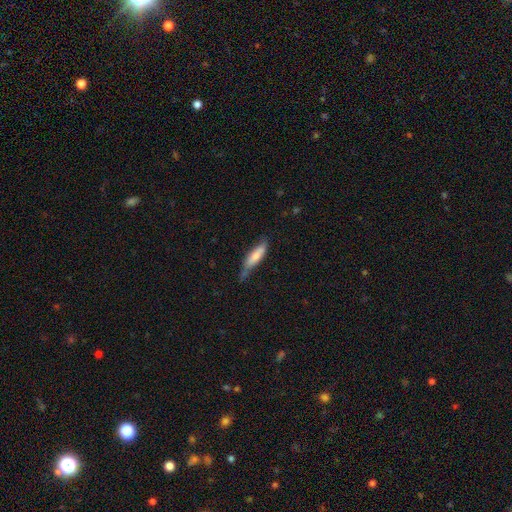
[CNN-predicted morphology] Smooth or featured?
  - smooth: 74% *
  - featured or disk: 21%
  - star or artifact: 6%
How rounded?
  - cigar-shaped: 68% *
  - in between: 30%
  - round: 1%
Merging?
  - none: 50% *
  - minor disturbance: 37%
  - major disturbance: 10%
  - merger: 4%